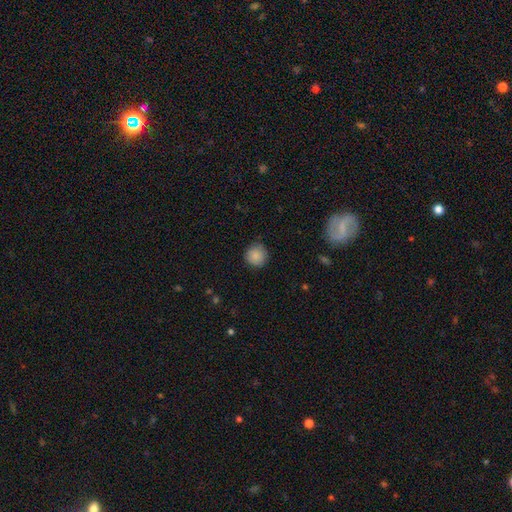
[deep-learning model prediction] smooth 87%, star or artifact 9%, featured or disk 5%. Down the decision tree: how rounded — round (93%); merging — none (83%).